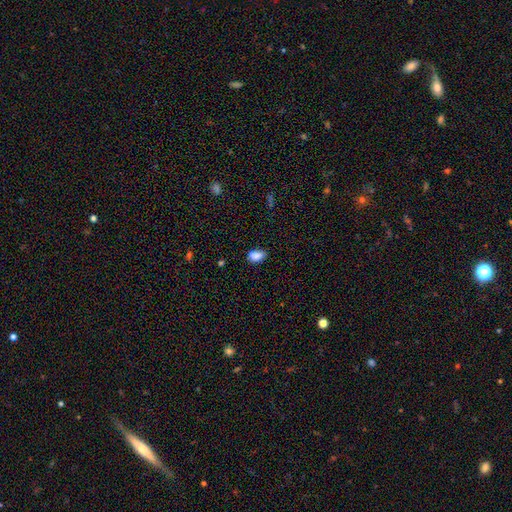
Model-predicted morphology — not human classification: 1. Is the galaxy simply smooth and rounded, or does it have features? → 86% smooth, 9% star or artifact, 5% featured or disk.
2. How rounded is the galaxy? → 87% in between, 11% round, 2% cigar-shaped.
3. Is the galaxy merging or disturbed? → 65% none, 26% minor disturbance, 5% major disturbance, 4% merger.